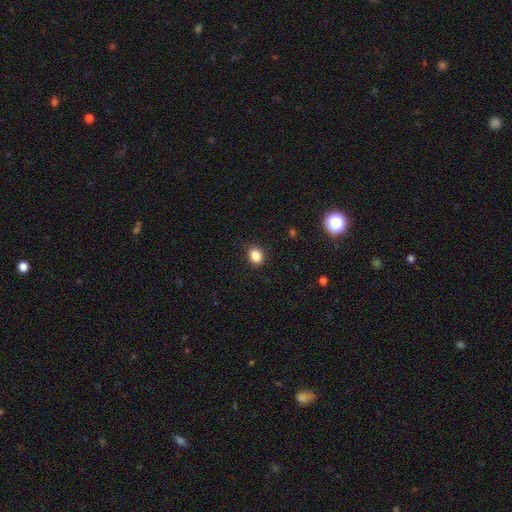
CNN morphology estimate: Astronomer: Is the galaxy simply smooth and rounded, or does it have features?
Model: smooth — 85%.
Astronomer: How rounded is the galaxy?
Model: round — 55% (runner-up: in between, 44%).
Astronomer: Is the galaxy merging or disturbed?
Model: none — 82%.